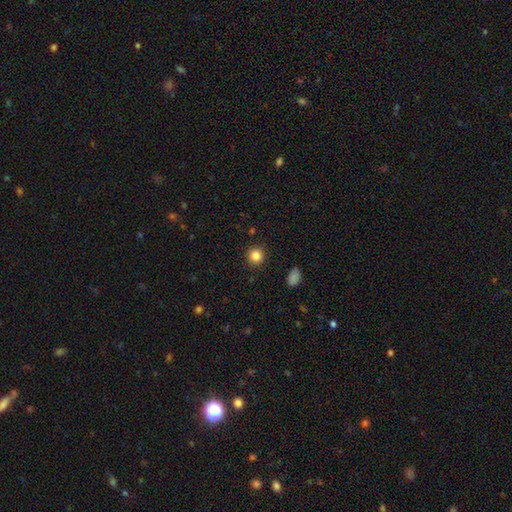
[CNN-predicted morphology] Smooth or featured? Predicted: smooth (p=0.85). How rounded? Predicted: round (p=0.92). Merging? Predicted: none (p=0.91).